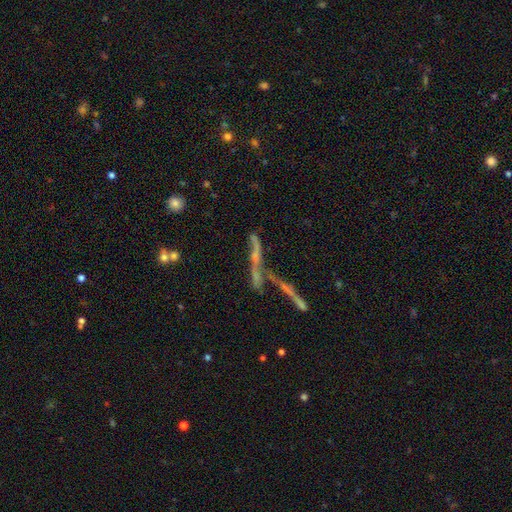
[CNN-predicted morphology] Smooth or featured? featured or disk (51%)
Edge-on disk? no (53%)
Merging? merger (48%)